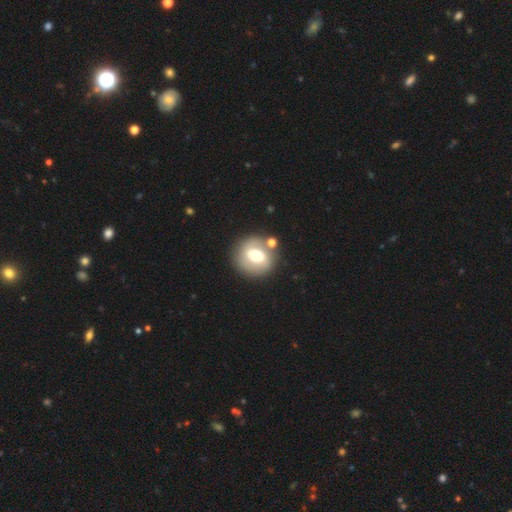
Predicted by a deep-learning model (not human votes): smooth-or-featured: smooth: 54% | featured or disk: 38% | star or artifact: 8%
  how-rounded: round: 79% | in between: 20% | cigar-shaped: 1%
  merging: none: 72% | merger: 12% | minor disturbance: 11% | major disturbance: 5%